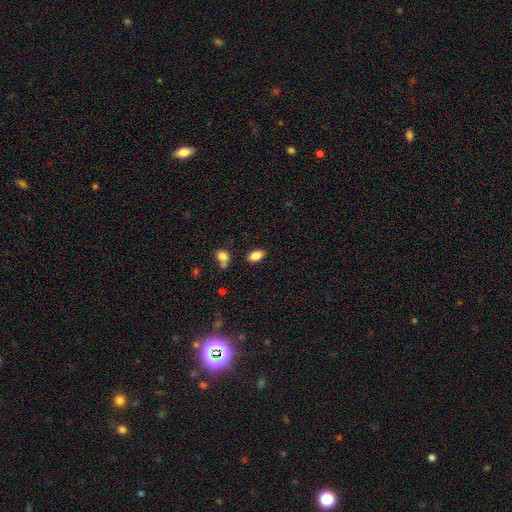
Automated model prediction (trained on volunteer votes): The model was most divided on "merging": none: 81%, minor disturbance: 11%, merger: 5%, major disturbance: 3%. More confident: how rounded — in between (91%); smooth or featured — smooth (83%).